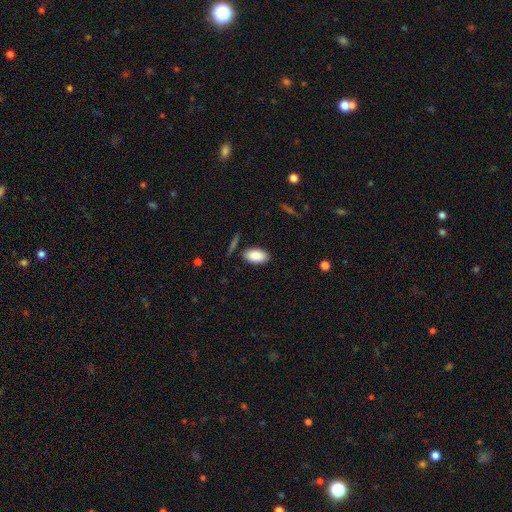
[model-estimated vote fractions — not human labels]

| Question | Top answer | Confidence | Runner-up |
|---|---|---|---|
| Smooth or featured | smooth | 89% | star or artifact (7%) |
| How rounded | in between | 94% | round (4%) |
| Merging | none | 82% | minor disturbance (12%) |